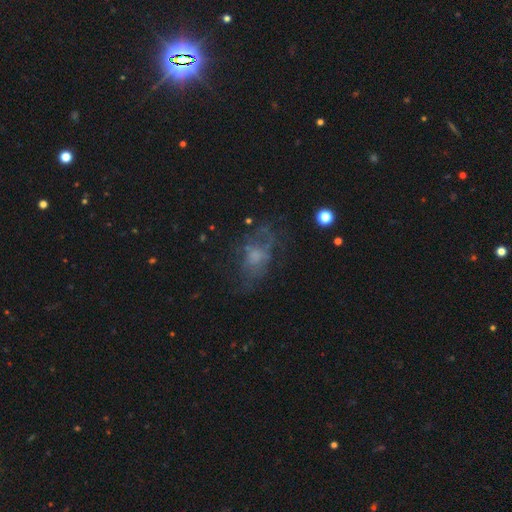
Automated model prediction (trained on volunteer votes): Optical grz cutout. It shows a featured or disk galaxy (46%). Merging: none (51%).